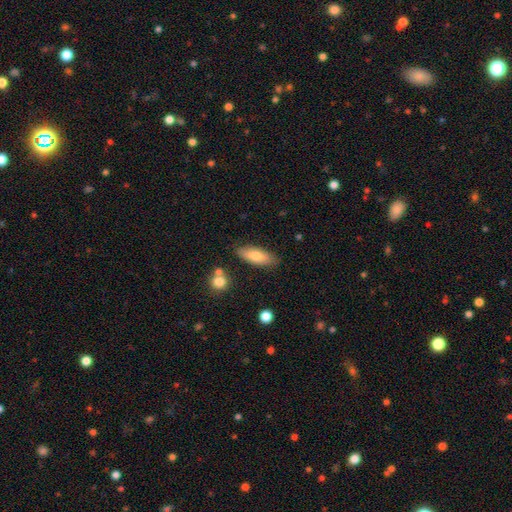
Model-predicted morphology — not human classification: A smooth galaxy with no disk features (75%) that is in between round and cigar-shaped (68%).

Vote fractions:
- Smooth or featured? smooth: 75% / featured or disk: 18% / star or artifact: 7%
- How rounded? in between: 68% / cigar-shaped: 29% / round: 2%
- Merging? none: 83% / minor disturbance: 12% / merger: 3% / major disturbance: 2%